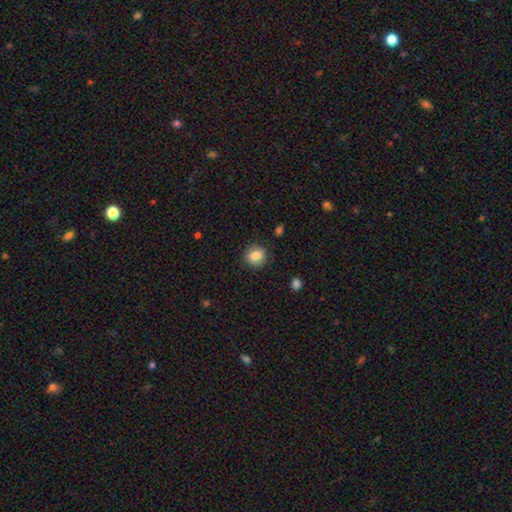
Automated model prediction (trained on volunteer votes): This is clearly a smooth galaxy (84%). How rounded: clearly round (81%). Merging: clearly none (87%).